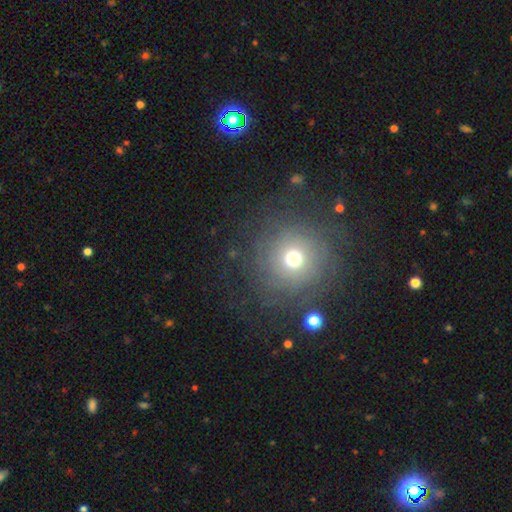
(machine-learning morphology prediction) smooth_or_featured: smooth (p=0.54) [alt: star or artifact p=0.33]
how_rounded: round (p=0.95) [alt: in between p=0.04]
merging: none (p=0.87) [alt: minor disturbance p=0.07]